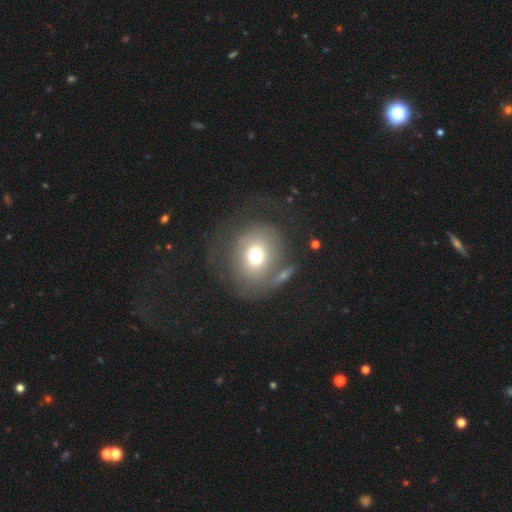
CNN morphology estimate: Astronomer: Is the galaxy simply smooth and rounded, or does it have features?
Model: smooth — 62%.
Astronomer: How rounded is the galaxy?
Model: round — 76%.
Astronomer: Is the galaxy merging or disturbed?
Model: none — 48% (runner-up: major disturbance, 25%).